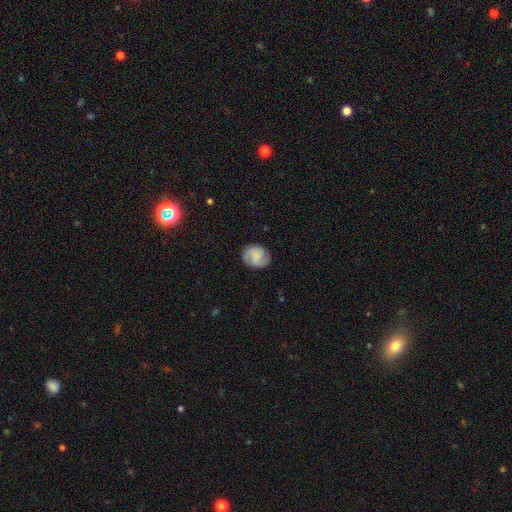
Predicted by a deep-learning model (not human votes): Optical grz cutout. It shows a smooth galaxy with no disk features (48%). Merging: none (80%).